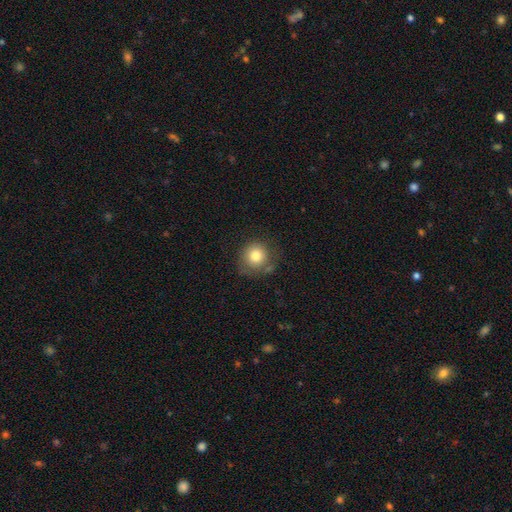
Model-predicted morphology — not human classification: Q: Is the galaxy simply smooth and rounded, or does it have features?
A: smooth — 80%.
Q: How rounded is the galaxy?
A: round — 91%.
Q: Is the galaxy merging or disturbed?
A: none — 71%.